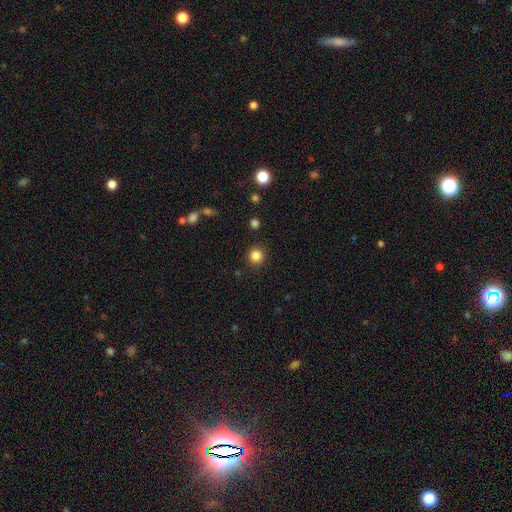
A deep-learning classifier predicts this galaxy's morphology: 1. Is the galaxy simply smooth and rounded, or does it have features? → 84% smooth, 12% star or artifact, 4% featured or disk.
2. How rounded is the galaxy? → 93% round, 6% in between, 1% cigar-shaped.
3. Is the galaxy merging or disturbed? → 91% none, 6% minor disturbance, 2% major disturbance, 1% merger.